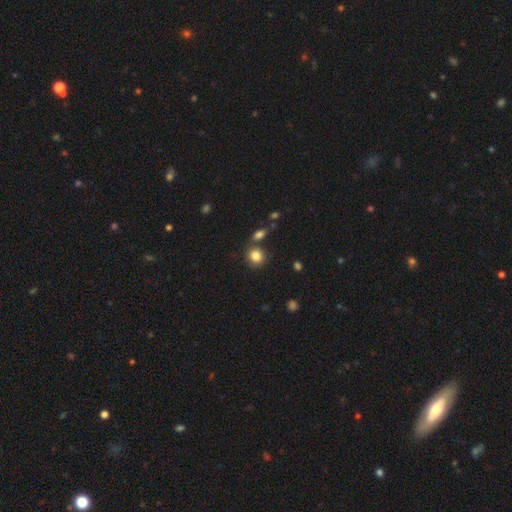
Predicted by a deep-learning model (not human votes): smooth_or_featured: smooth (p=0.84) [alt: star or artifact p=0.10]
how_rounded: round (p=0.80) [alt: in between p=0.19]
merging: none (p=0.73) [alt: merger p=0.14]